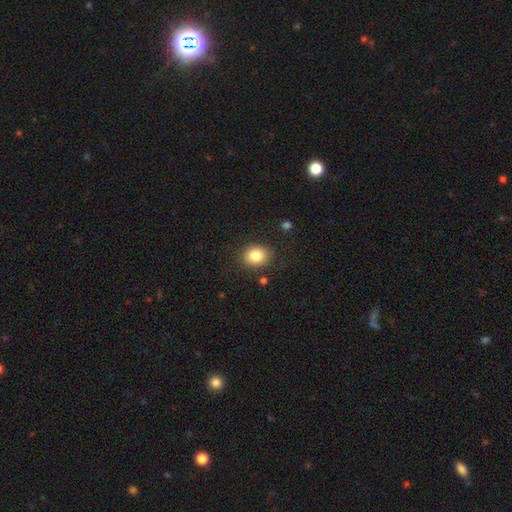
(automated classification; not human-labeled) Smooth or featured: smooth — 84% (star or artifact — 10%)
How rounded: round — 57% (in between — 42%)
Merging: none — 85% (minor disturbance — 10%)